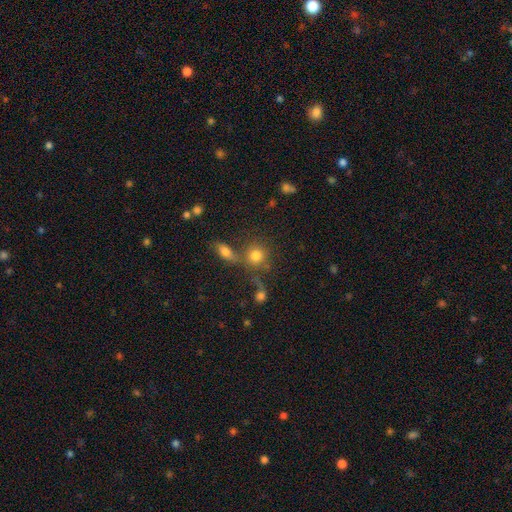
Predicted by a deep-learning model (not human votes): This is likely a smooth galaxy (77%). How rounded: clearly round (84%). Merging: possibly none (53%).